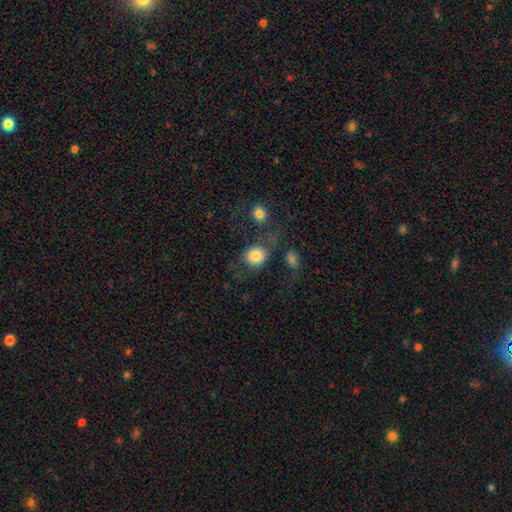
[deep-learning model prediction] Smooth or featured? Predicted: smooth (p=0.79). How rounded? Predicted: round (p=0.73). Merging? Predicted: none (p=0.46).